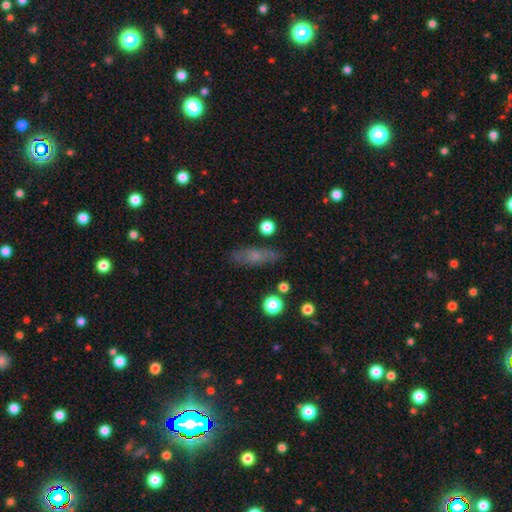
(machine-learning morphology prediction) This appears to be a smooth galaxy with no disk features (53%) that is in between round and cigar-shaped (53%). Merging: none (79%).